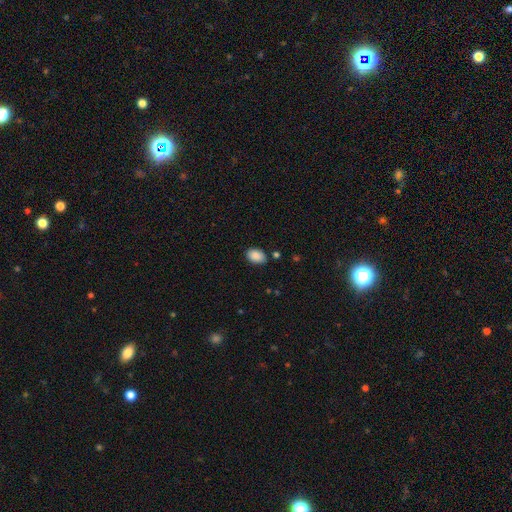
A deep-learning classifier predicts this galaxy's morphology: smooth 89%, star or artifact 8%, featured or disk 3%. Down the decision tree: how rounded — in between (83%); merging — none (82%).